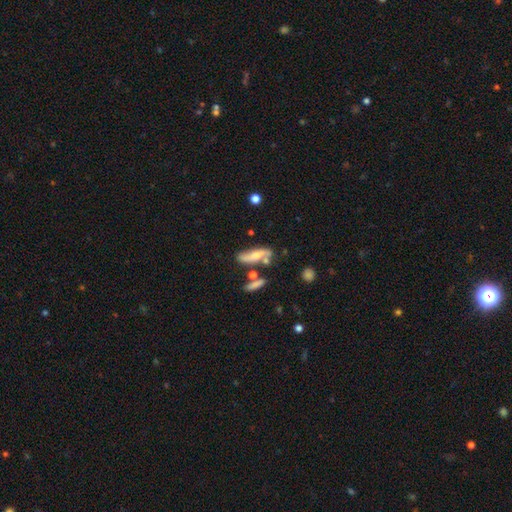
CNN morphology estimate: Smooth or featured: smooth — 49% (featured or disk — 43%)
Merging: none — 50% (minor disturbance — 21%)